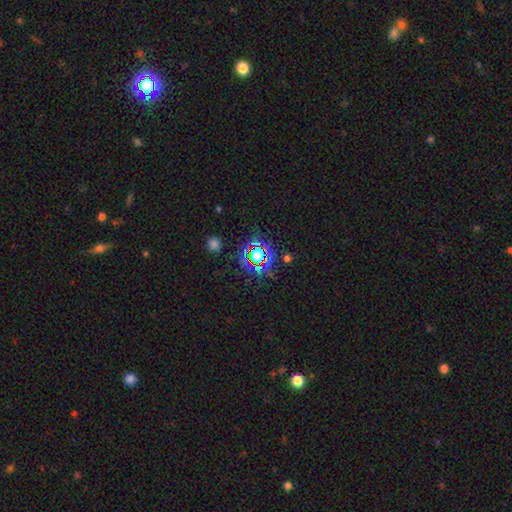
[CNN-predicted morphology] Smooth or featured?
  - star or artifact: 71% *
  - smooth: 19%
  - featured or disk: 10%